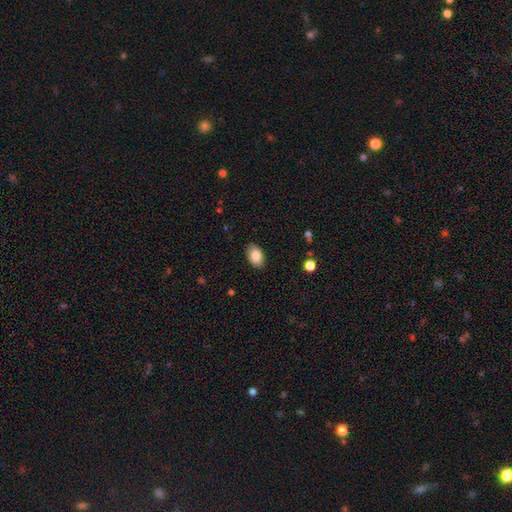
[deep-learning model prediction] smooth-or-featured: smooth: 86% | featured or disk: 7% | star or artifact: 7%
  how-rounded: in between: 91% | round: 8% | cigar-shaped: 1%
  merging: none: 87% | minor disturbance: 10% | major disturbance: 2% | merger: 1%